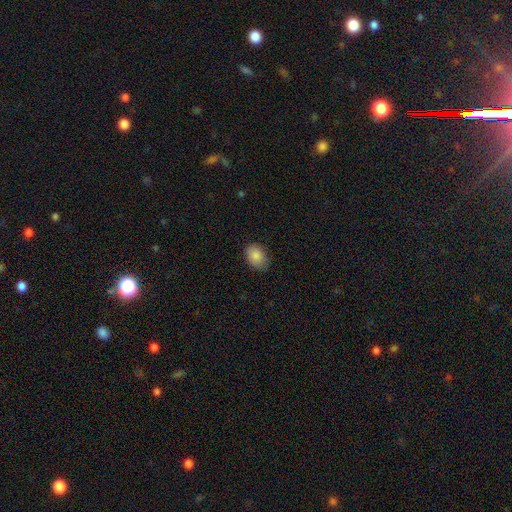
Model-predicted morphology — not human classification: The model was most divided on "how rounded": in between: 81%, round: 18%, cigar-shaped: 1%. More confident: smooth or featured — smooth (86%); merging — none (81%).